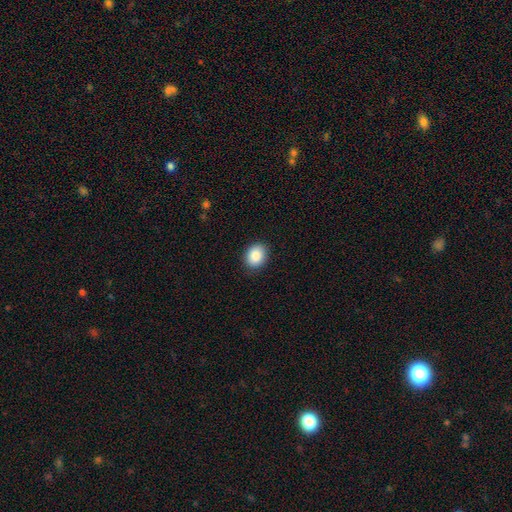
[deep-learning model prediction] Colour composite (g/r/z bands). It shows a smooth galaxy with no disk features (87%) that is round (52%). Merging: none (89%).